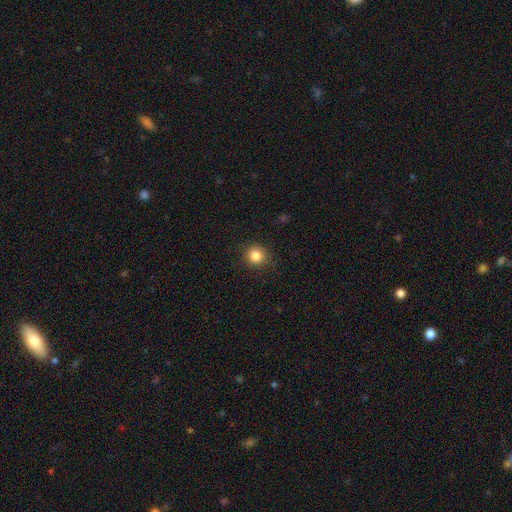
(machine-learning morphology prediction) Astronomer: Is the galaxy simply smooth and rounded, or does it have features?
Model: smooth — 85%.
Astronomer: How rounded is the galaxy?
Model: round — 93%.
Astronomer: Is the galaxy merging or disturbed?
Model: none — 89%.